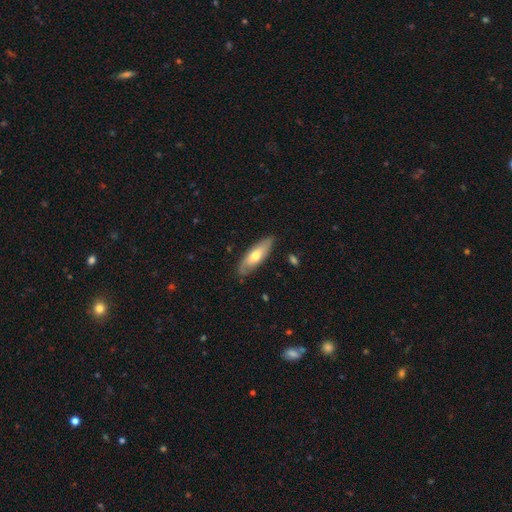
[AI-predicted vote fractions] This is possibly a smooth galaxy (57%). How rounded: possibly in between (58%). Merging: likely none (79%).